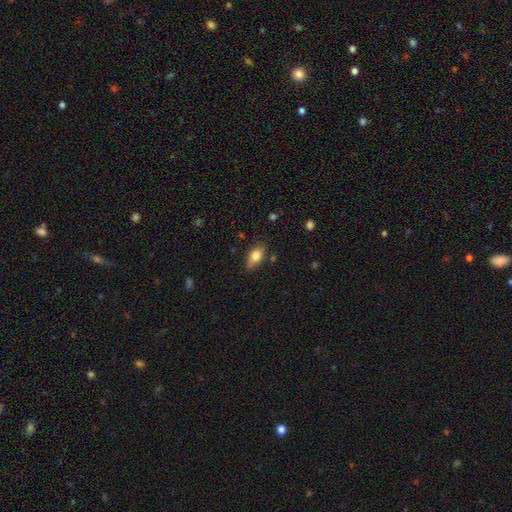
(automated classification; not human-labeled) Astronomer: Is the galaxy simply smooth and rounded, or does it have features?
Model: smooth — 79%.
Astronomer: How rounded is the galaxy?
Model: in between — 86%.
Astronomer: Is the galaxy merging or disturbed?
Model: none — 74%.